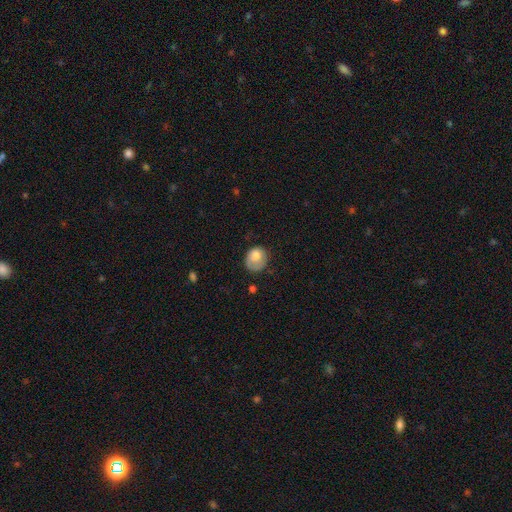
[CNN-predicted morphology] smooth_or_featured: smooth (p=0.73) [alt: featured or disk p=0.20]
how_rounded: round (p=0.61) [alt: in between p=0.38]
merging: none (p=0.53) [alt: minor disturbance p=0.29]